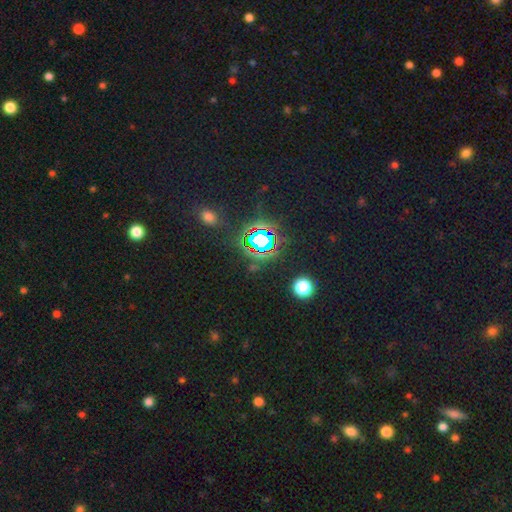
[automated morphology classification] smooth_or_featured: star or artifact (p=0.77) [alt: smooth p=0.16]